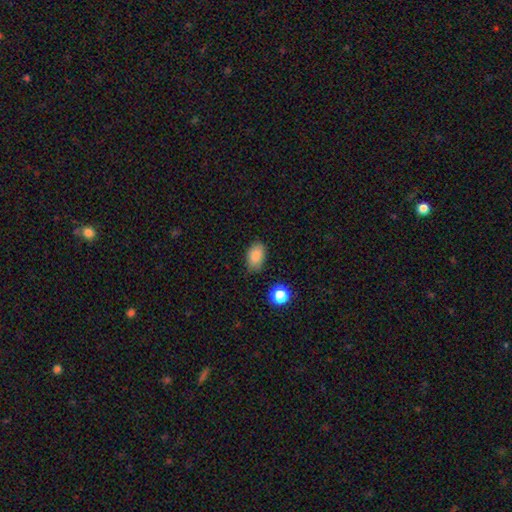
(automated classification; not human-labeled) Smooth or featured: smooth — 86% (star or artifact — 9%)
How rounded: in between — 88% (round — 10%)
Merging: none — 80% (minor disturbance — 15%)